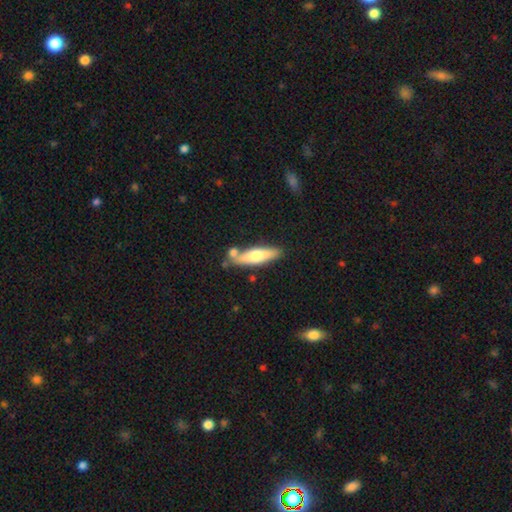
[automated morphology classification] The model was most divided on "smooth or featured": smooth: 58%, featured or disk: 36%, star or artifact: 5%. More confident: how rounded — cigar-shaped (68%); merging — none (65%).